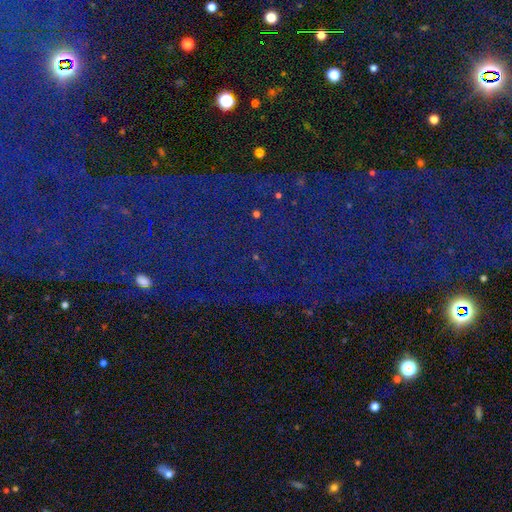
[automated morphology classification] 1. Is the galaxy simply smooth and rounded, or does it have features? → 83% star or artifact, 9% smooth, 8% featured or disk.